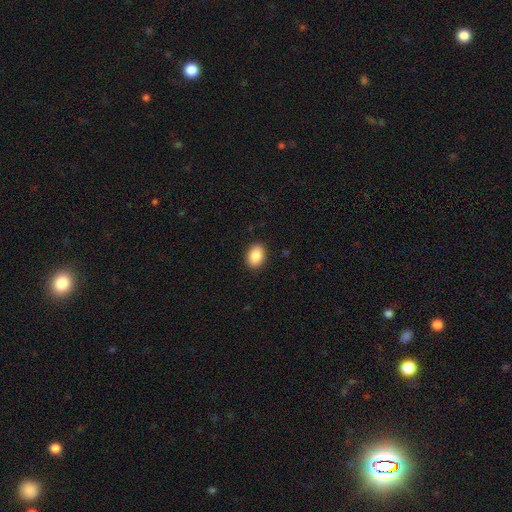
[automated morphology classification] Smooth or featured? Predicted: smooth (p=0.88). How rounded? Predicted: in between (p=0.77). Merging? Predicted: none (p=0.89).